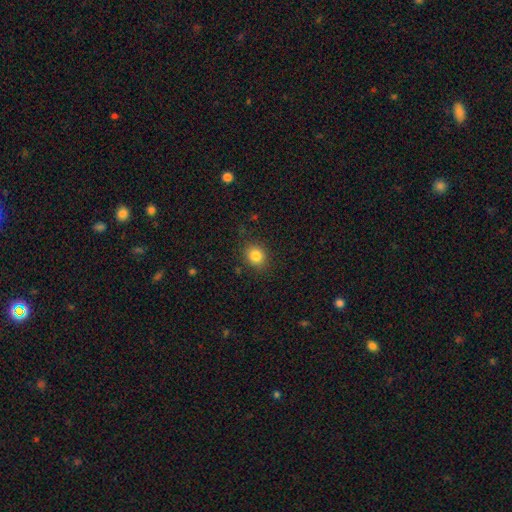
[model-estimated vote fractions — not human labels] Overall: smooth (83%). How rounded: round (70%). Merging: none (86%).